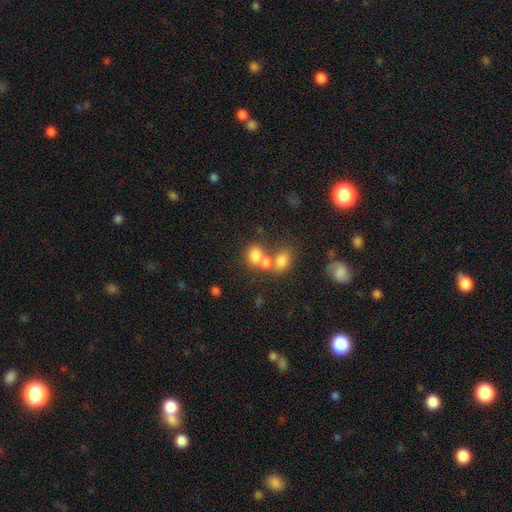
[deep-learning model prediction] Morphology: type=smooth (74%); roundness=round (51%); merging=merger (53%).